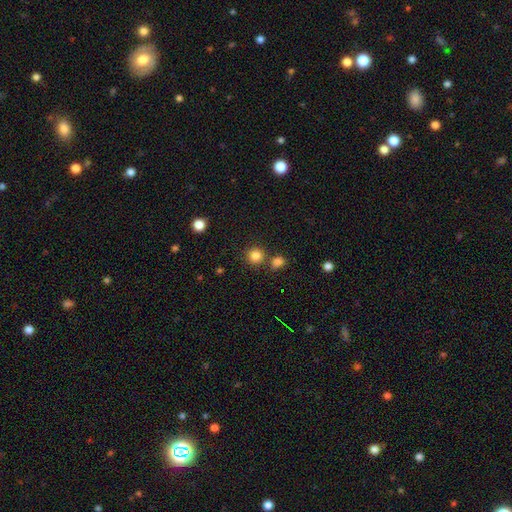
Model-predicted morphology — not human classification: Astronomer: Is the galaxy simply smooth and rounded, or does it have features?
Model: smooth — 83%.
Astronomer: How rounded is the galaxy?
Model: round — 92%.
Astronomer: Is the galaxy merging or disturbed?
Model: none — 75%.